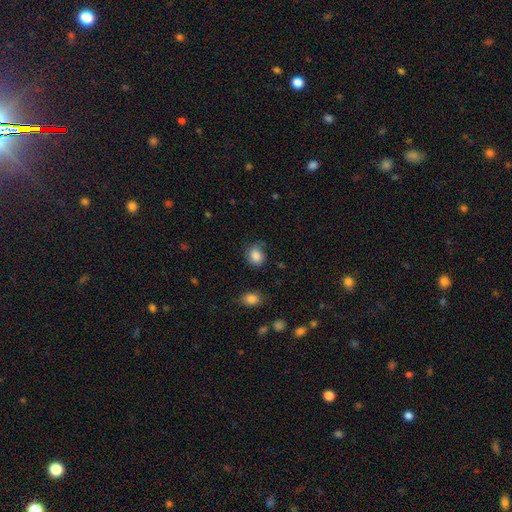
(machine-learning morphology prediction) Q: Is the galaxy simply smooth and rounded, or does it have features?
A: smooth — 83%.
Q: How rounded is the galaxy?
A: round — 60%.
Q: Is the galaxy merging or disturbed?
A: none — 65%.